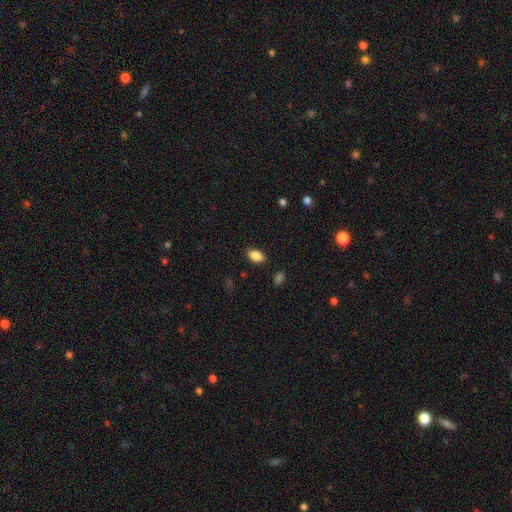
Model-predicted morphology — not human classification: A smooth galaxy with no disk features (86%) that is in between round and cigar-shaped (90%).

Vote fractions:
- Smooth or featured? smooth: 86% / star or artifact: 8% / featured or disk: 6%
- How rounded? in between: 90% / round: 7% / cigar-shaped: 3%
- Merging? none: 86% / minor disturbance: 10% / major disturbance: 2% / merger: 1%